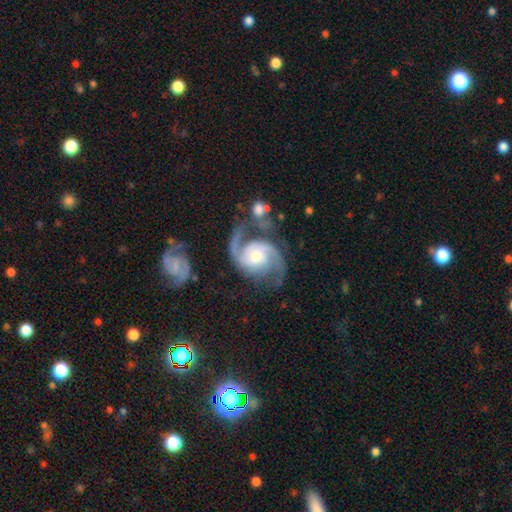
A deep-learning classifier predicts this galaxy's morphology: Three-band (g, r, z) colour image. It shows a featured or disk galaxy (92%) with no bar (53%), 2 (85%) medium (57%) spiral arms (98%) and a moderate central bulge (57%). Merging: none (55%).